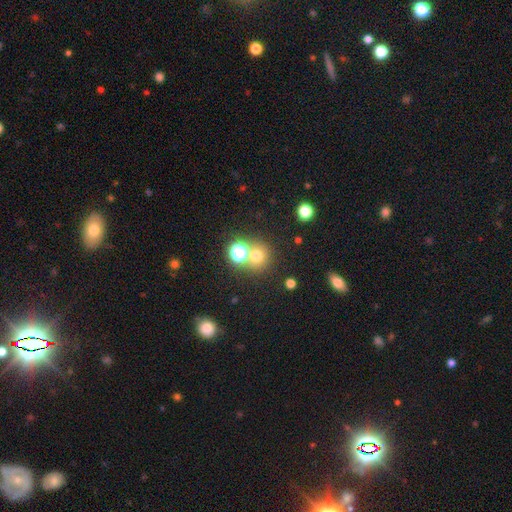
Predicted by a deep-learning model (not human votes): smooth_or_featured: smooth (p=0.67) [alt: star or artifact p=0.24]
how_rounded: round (p=0.88) [alt: in between p=0.11]
merging: none (p=0.65) [alt: merger p=0.24]